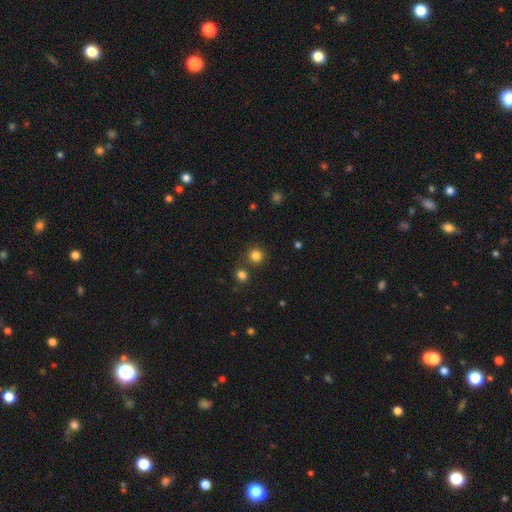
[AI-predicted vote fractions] Q: Smooth or featured?
A: smooth (81%); runner-up: star or artifact (14%)
Q: How rounded?
A: round (91%); runner-up: in between (8%)
Q: Merging?
A: none (77%); runner-up: merger (12%)